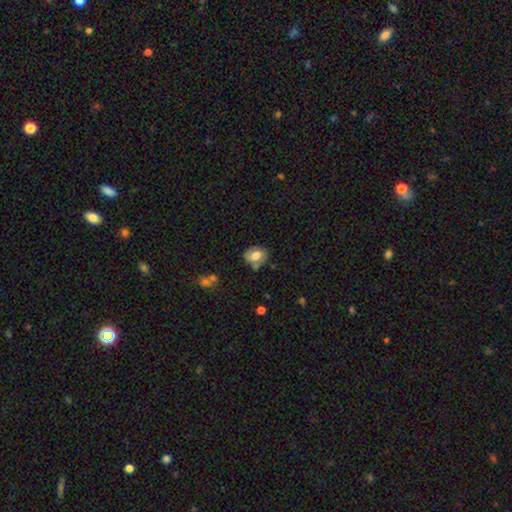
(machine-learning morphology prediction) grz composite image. It shows a smooth galaxy with no disk features (62%) that is in between round and cigar-shaped (55%). Merging: none (67%).